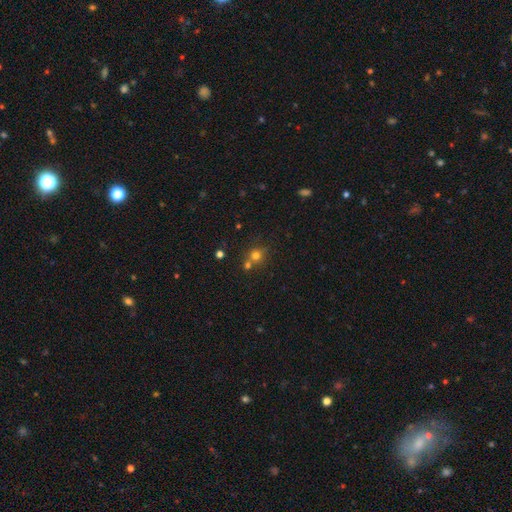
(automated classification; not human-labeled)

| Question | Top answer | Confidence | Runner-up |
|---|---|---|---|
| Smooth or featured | smooth | 72% | star or artifact (18%) |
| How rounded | round | 88% | in between (11%) |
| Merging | none | 59% | merger (31%) |